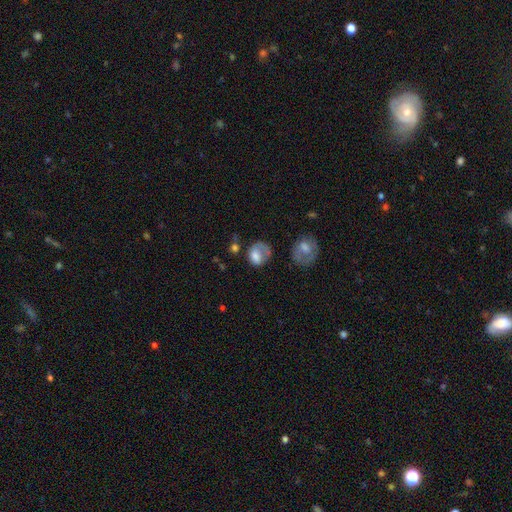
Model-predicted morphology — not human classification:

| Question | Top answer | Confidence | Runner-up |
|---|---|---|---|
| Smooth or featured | smooth | 66% | featured or disk (25%) |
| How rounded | in between | 50% | round (49%) |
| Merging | none | 37% | major disturbance (30%) |